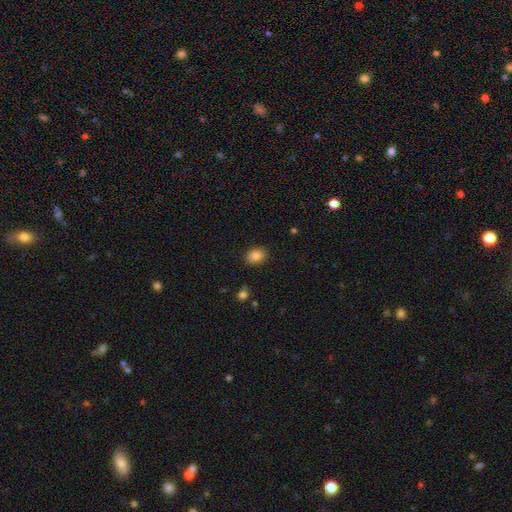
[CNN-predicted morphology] smooth_or_featured: smooth (p=0.85) [alt: star or artifact p=0.09]
how_rounded: in between (p=0.68) [alt: round p=0.31]
merging: none (p=0.87) [alt: minor disturbance p=0.09]